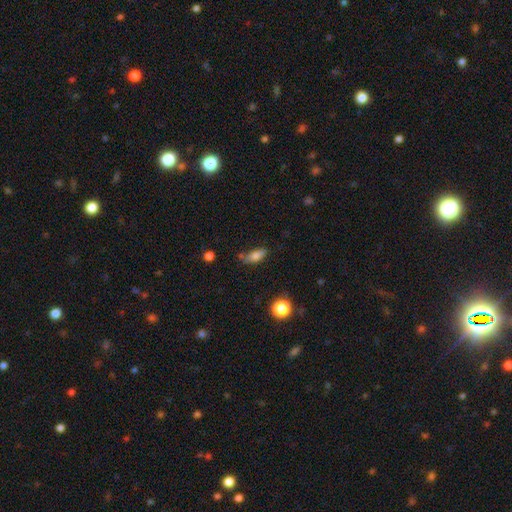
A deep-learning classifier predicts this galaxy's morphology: Smooth or featured? Predicted: smooth (p=0.77). How rounded? Predicted: in between (p=0.74). Merging? Predicted: none (p=0.59).